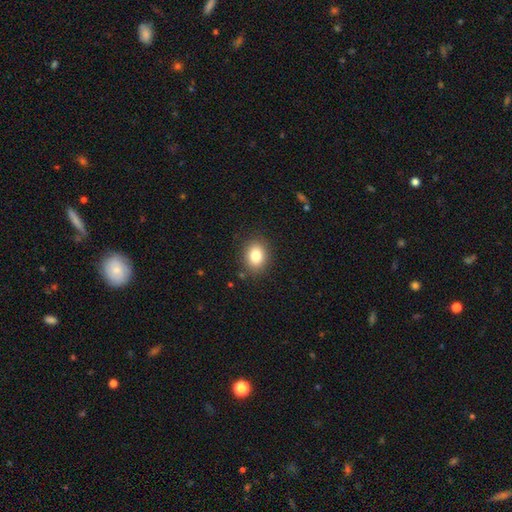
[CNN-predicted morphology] Overall: smooth (83%). How rounded: in between (53%; round 46%). Merging: none (87%).